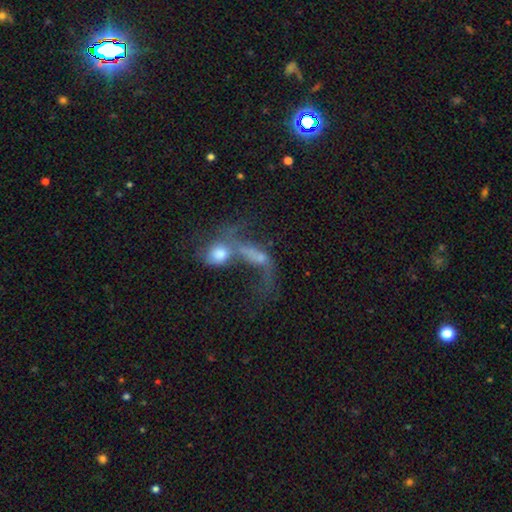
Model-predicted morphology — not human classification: Smooth or featured?
  - featured or disk: 49% *
  - smooth: 37%
  - star or artifact: 14%
Merging?
  - merger: 63% *
  - major disturbance: 20%
  - none: 11%
  - minor disturbance: 6%